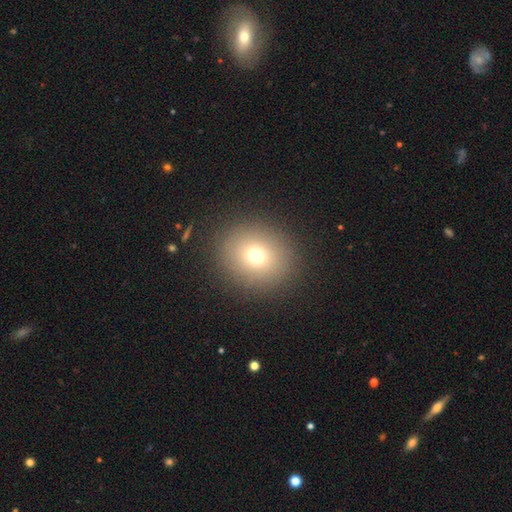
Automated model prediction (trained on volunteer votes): Smooth or featured? Predicted: smooth (p=0.72). How rounded? Predicted: round (p=0.81). Merging? Predicted: none (p=0.89).